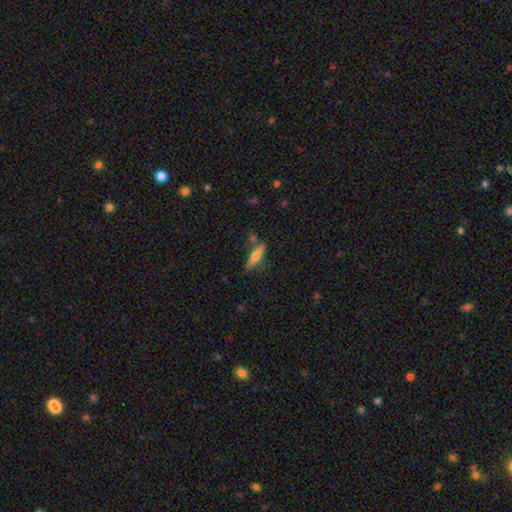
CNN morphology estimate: The model was most divided on "smooth or featured": smooth: 56%, featured or disk: 37%, star or artifact: 7%. More confident: how rounded — cigar-shaped (75%); merging — none (71%).